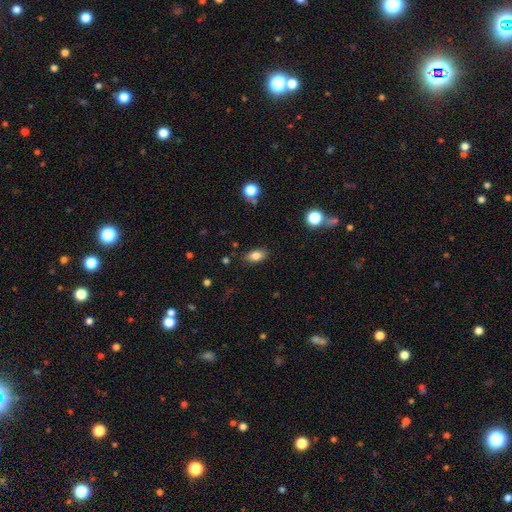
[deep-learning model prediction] Smooth or featured?
  - smooth: 83% *
  - star or artifact: 9%
  - featured or disk: 7%
How rounded?
  - in between: 89% *
  - round: 8%
  - cigar-shaped: 3%
Merging?
  - none: 85% *
  - minor disturbance: 11%
  - major disturbance: 3%
  - merger: 2%